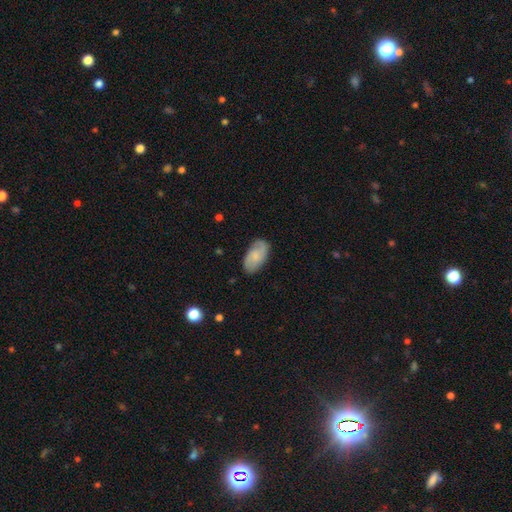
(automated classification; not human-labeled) Smooth or featured: smooth — 51% (featured or disk — 42%)
How rounded: in between — 94% (round — 4%)
Merging: none — 78% (minor disturbance — 17%)